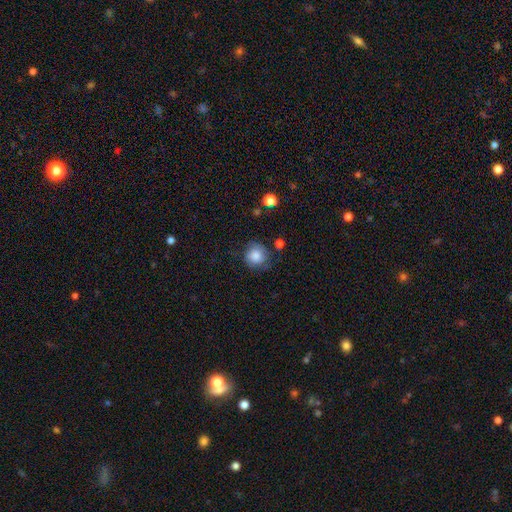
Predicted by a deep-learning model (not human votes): smooth_or_featured: smooth (p=0.77) [alt: featured or disk p=0.15]
how_rounded: round (p=0.88) [alt: in between p=0.11]
merging: none (p=0.69) [alt: minor disturbance p=0.21]